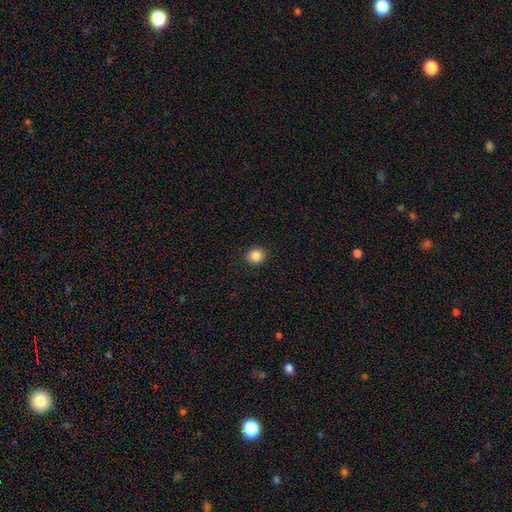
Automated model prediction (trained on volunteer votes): smooth_or_featured: smooth (p=0.87) [alt: star or artifact p=0.10]
how_rounded: round (p=0.84) [alt: in between p=0.15]
merging: none (p=0.92) [alt: minor disturbance p=0.06]